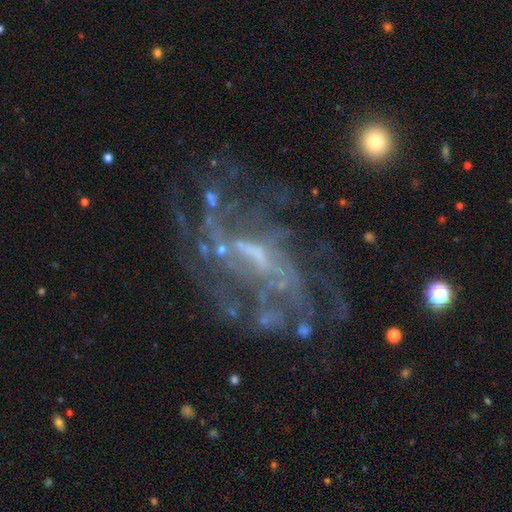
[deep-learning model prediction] Morphology: type=featured or disk (82%); edge-on=no (95%); bar=weak (48%); spiral arms=yes (79%); winding=medium (39%); arm count=can't tell (50%); bulge=small (43%); merging=none (53%).